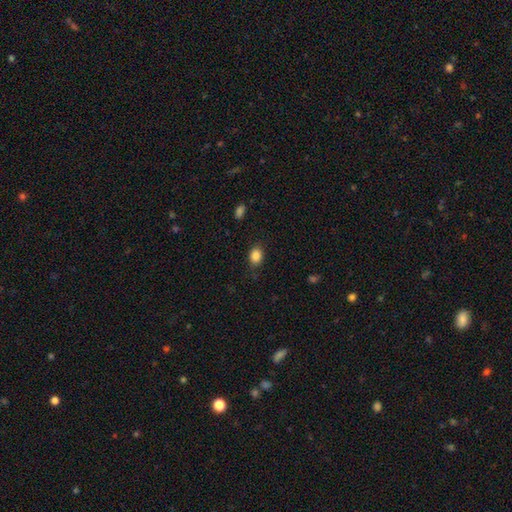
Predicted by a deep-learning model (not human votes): smooth-or-featured: smooth: 86% | star or artifact: 10% | featured or disk: 4%
  how-rounded: in between: 63% | round: 36% | cigar-shaped: 1%
  merging: none: 80% | minor disturbance: 15% | major disturbance: 4% | merger: 1%